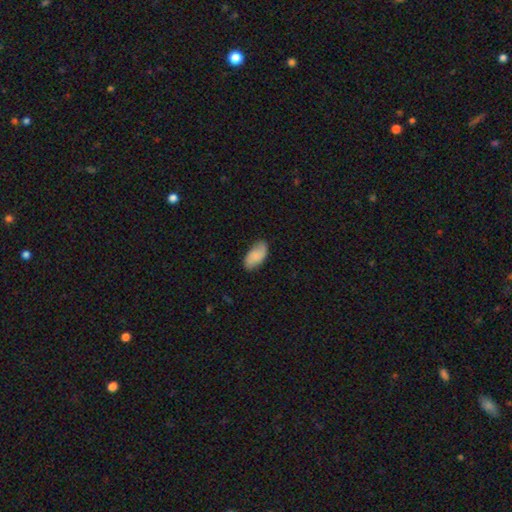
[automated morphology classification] Overall: smooth (74%). How rounded: in between (94%). Merging: none (74%).